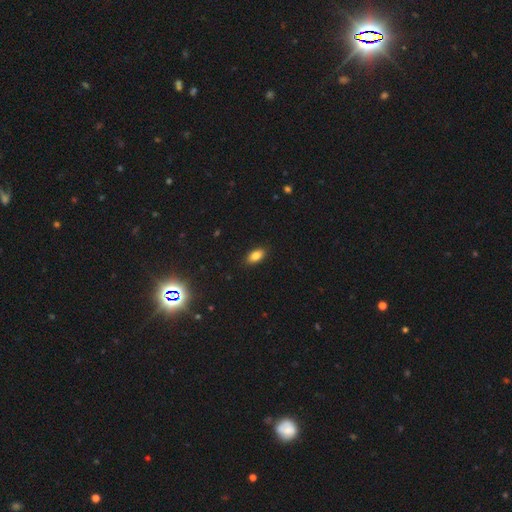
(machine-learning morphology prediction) Smooth or featured?
  - smooth: 85% *
  - star or artifact: 9%
  - featured or disk: 6%
How rounded?
  - in between: 90% *
  - round: 5%
  - cigar-shaped: 5%
Merging?
  - none: 88% *
  - minor disturbance: 9%
  - major disturbance: 2%
  - merger: 1%